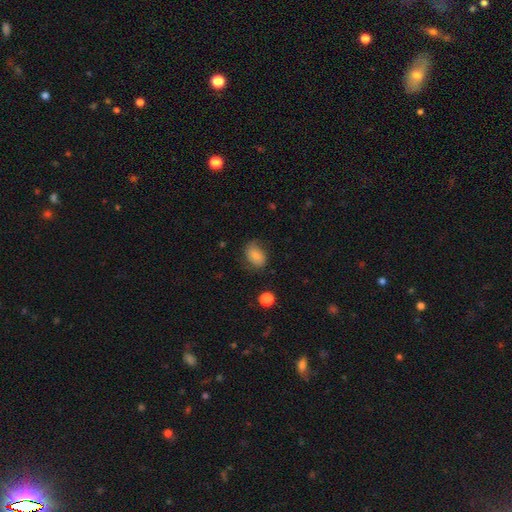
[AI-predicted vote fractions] smooth 77%, featured or disk 13%, star or artifact 9%. Down the decision tree: how rounded — in between (78%); merging — none (66%).